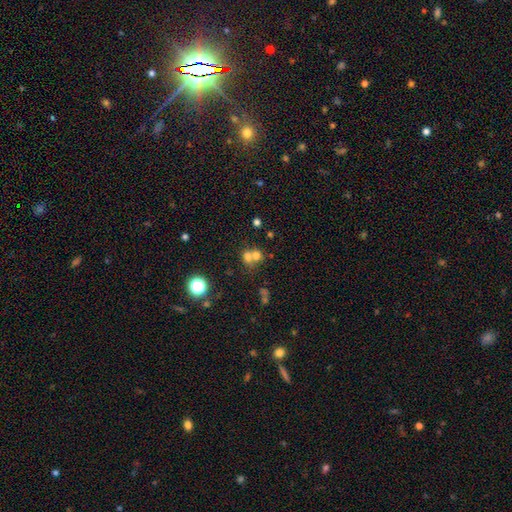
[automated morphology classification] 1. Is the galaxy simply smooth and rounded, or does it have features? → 65% smooth, 19% star or artifact, 15% featured or disk.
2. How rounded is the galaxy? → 75% round, 24% in between, 1% cigar-shaped.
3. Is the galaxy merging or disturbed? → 57% merger, 34% none, 6% minor disturbance, 4% major disturbance.